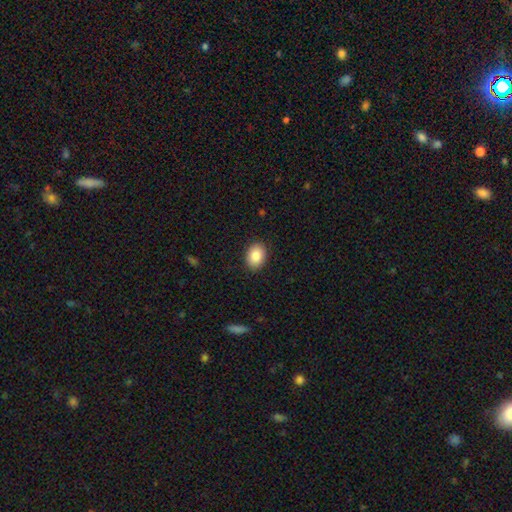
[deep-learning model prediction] Morphology: type=smooth (87%); roundness=in between (74%); merging=none (89%).